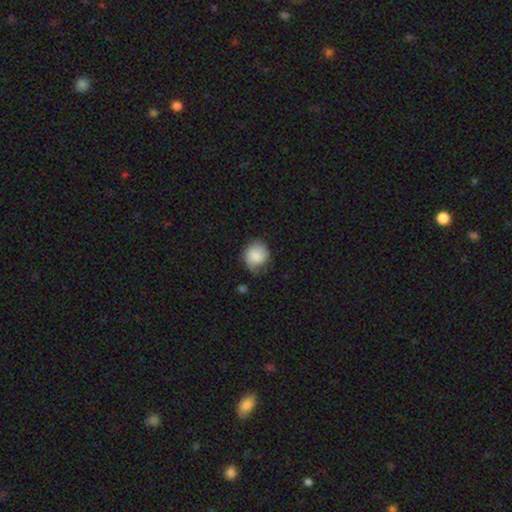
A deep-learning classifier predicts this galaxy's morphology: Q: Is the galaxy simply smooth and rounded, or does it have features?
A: smooth — 72%.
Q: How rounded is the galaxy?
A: round — 77%.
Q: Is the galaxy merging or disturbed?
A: none — 60%.